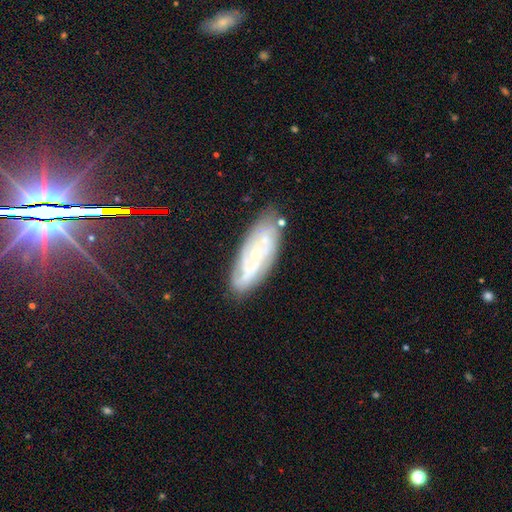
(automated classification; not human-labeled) This is likely a featured or disk galaxy (75%). It is clearly not viewed edge-on (88%). Bar: likely no (64%). Spiral arm pattern: clearly yes (91%). Spiral arm count: marginally can't tell (41%). Spiral winding: likely tight (61%). Central bulge: likely small (75%). Merging: likely none (77%).